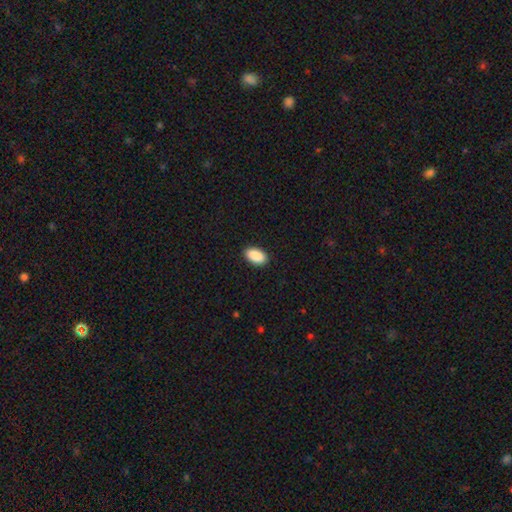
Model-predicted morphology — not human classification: Smooth or featured?
  - smooth: 91% *
  - star or artifact: 6%
  - featured or disk: 3%
How rounded?
  - in between: 94% *
  - round: 4%
  - cigar-shaped: 2%
Merging?
  - none: 91% *
  - minor disturbance: 7%
  - major disturbance: 2%
  - merger: 1%